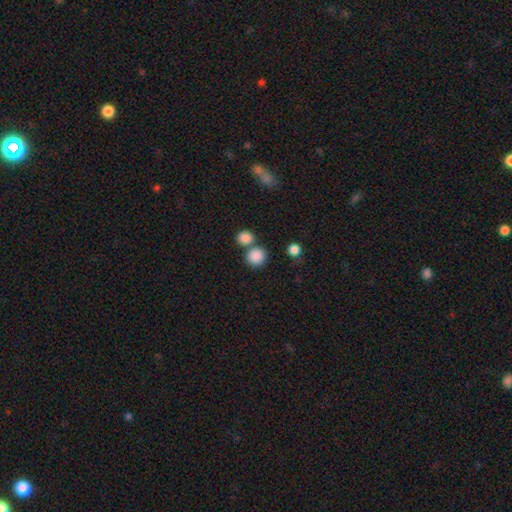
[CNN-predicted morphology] This is clearly a smooth galaxy (86%). How rounded: clearly round (86%). Merging: likely none (62%).